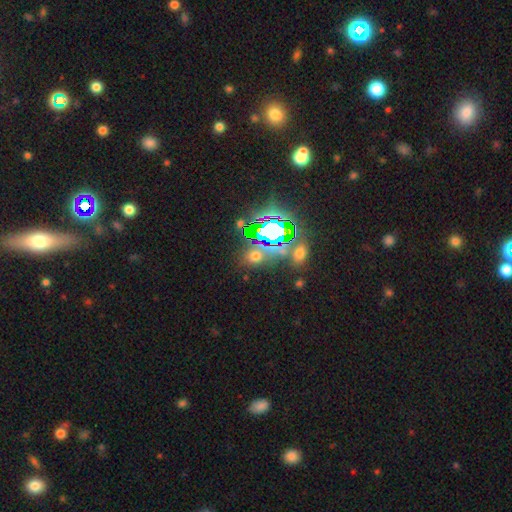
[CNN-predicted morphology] This is possibly a star or artifact rather than a galaxy (50%).